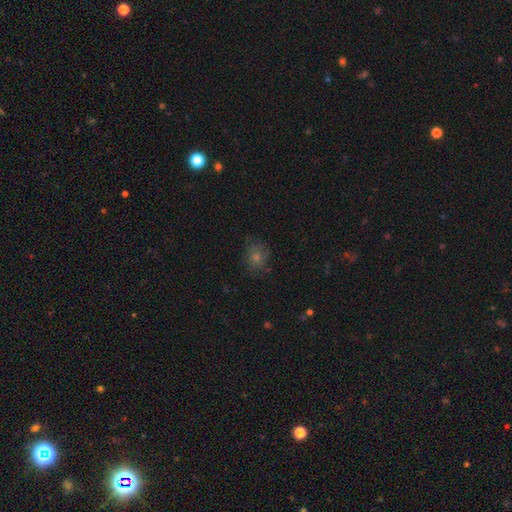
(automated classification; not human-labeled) The model was most divided on "smooth or featured": smooth: 54%, star or artifact: 29%, featured or disk: 18%. More confident: merging — none (79%); how rounded — round (68%).